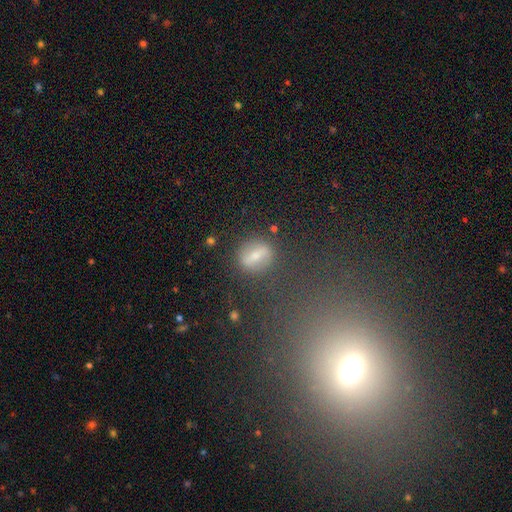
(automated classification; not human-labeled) smooth-or-featured: smooth: 47% | featured or disk: 40% | star or artifact: 13%
  merging: none: 83% | minor disturbance: 10% | major disturbance: 4% | merger: 2%